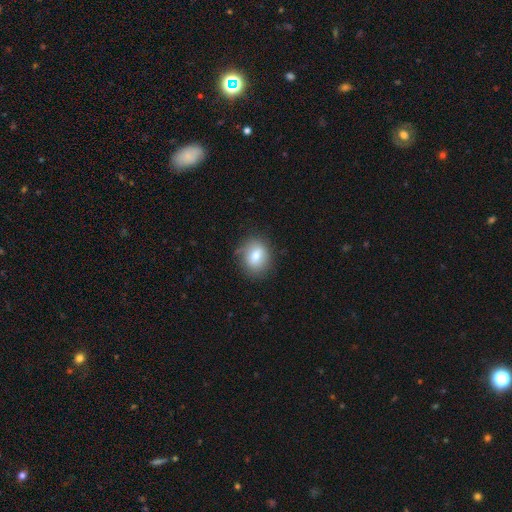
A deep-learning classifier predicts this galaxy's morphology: smooth_or_featured: smooth (p=0.76) [alt: featured or disk p=0.15]
how_rounded: round (p=0.59) [alt: in between p=0.40]
merging: none (p=0.75) [alt: minor disturbance p=0.18]